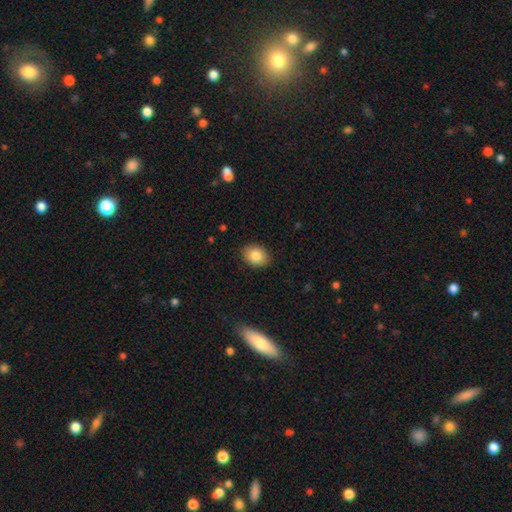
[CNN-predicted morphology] Smooth or featured: smooth — 83% (featured or disk — 8%)
How rounded: in between — 63% (round — 36%)
Merging: none — 88% (minor disturbance — 9%)